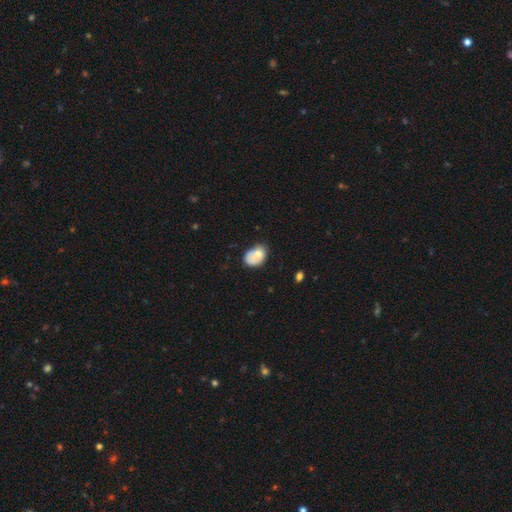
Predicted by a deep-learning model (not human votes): Smooth or featured? Predicted: smooth (p=0.68). How rounded? Predicted: in between (p=0.69). Merging? Predicted: none (p=0.38).